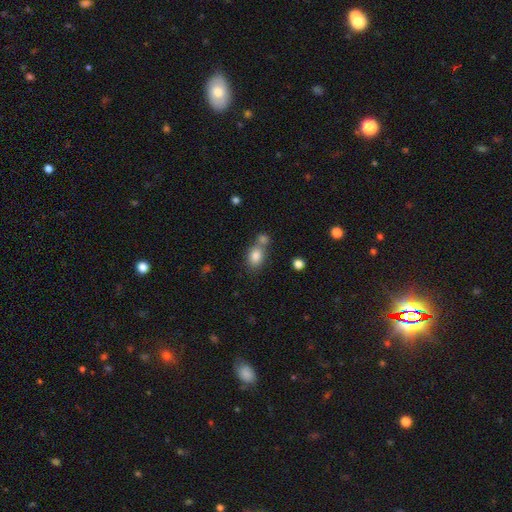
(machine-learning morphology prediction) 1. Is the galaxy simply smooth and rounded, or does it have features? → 83% smooth, 9% star or artifact, 8% featured or disk.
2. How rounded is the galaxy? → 68% in between, 30% round, 2% cigar-shaped.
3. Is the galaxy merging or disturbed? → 47% none, 38% merger, 11% minor disturbance, 4% major disturbance.